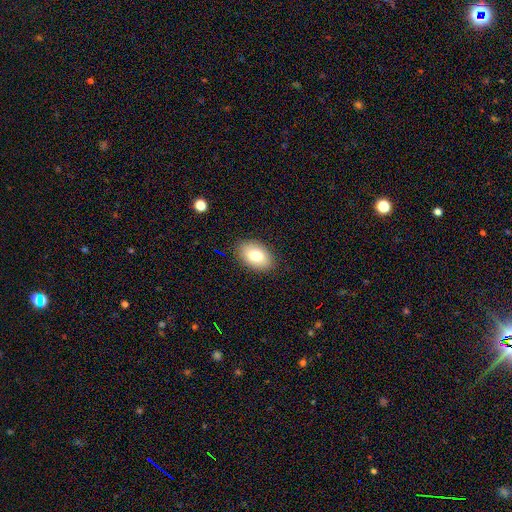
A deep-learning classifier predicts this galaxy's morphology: Smooth or featured?
  - smooth: 78% *
  - featured or disk: 15%
  - star or artifact: 8%
How rounded?
  - in between: 88% *
  - round: 11%
  - cigar-shaped: 1%
Merging?
  - none: 87% *
  - minor disturbance: 10%
  - major disturbance: 2%
  - merger: 1%